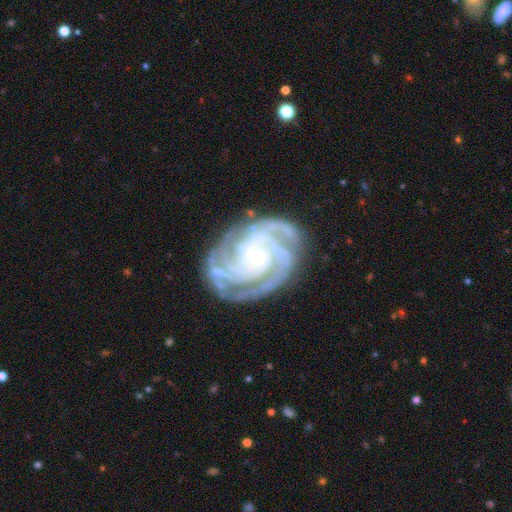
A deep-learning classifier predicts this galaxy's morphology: This appears to be a featured or disk galaxy (92%) with no bar (68%), 4 (33%) tight (74%) spiral arms (98%) and a small central bulge (82%). Merging: none (76%).